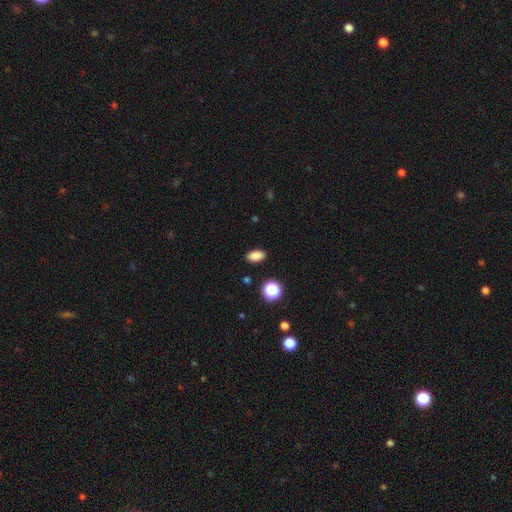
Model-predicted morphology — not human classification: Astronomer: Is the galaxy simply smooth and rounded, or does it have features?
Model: smooth — 85%.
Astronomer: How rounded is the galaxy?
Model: in between — 88%.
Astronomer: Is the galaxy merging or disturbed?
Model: none — 89%.